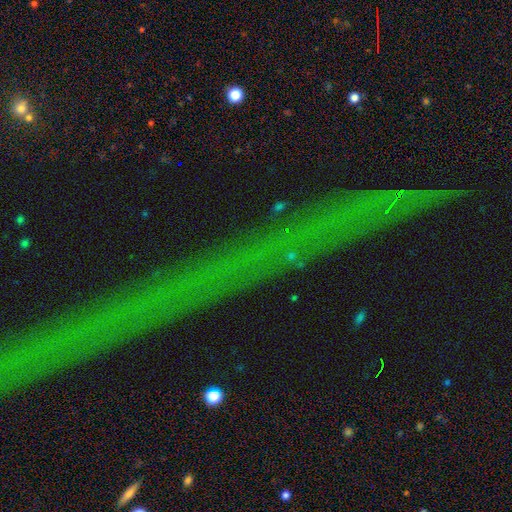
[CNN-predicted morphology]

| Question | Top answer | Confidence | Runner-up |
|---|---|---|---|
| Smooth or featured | star or artifact | 78% | featured or disk (12%) |